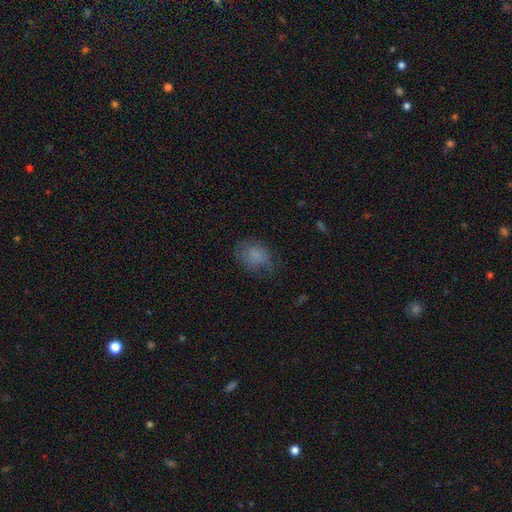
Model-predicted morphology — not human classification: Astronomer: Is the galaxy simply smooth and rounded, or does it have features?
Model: smooth — 77%.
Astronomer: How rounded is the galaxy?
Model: in between — 55% (runner-up: round, 44%).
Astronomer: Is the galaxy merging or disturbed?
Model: none — 55%.